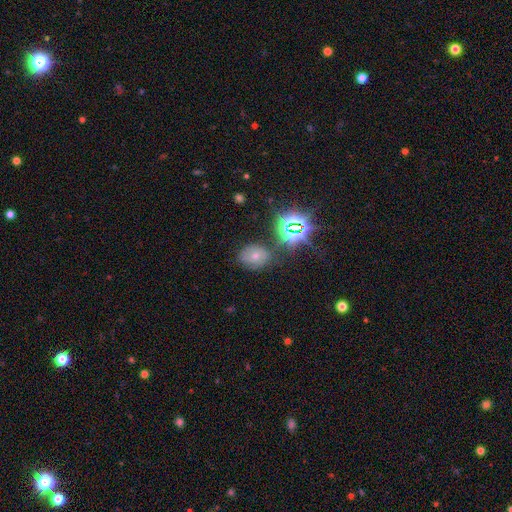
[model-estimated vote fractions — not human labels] smooth_or_featured: smooth (p=0.41) [alt: star or artifact p=0.30]
merging: none (p=0.66) [alt: minor disturbance p=0.21]